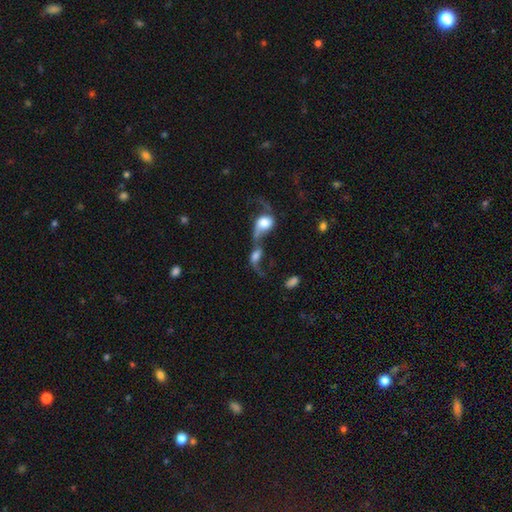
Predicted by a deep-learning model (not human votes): A featured or disk galaxy (53%). Merging: merger (79%).